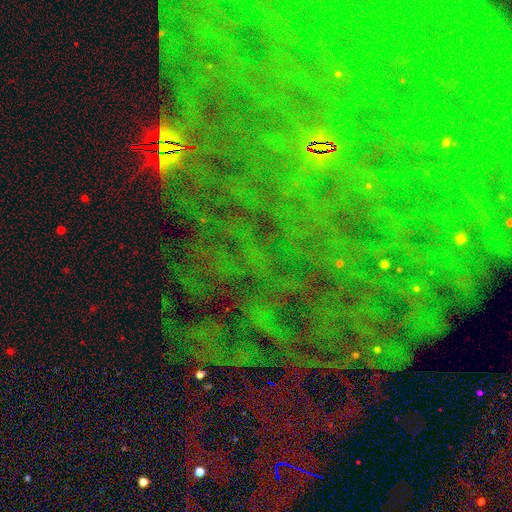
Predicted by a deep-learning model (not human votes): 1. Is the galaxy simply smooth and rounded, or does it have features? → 78% star or artifact, 12% featured or disk, 10% smooth.